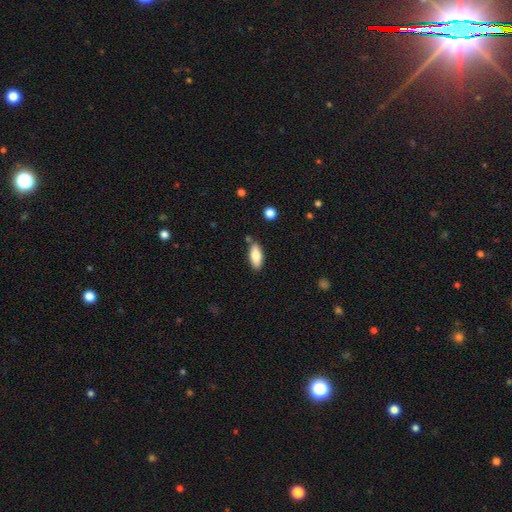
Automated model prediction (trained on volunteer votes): Morphology: type=smooth (80%); roundness=in between (79%); merging=none (81%).